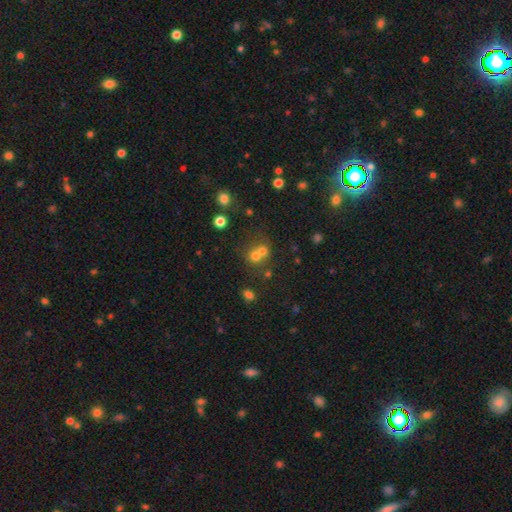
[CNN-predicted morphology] Smooth or featured: smooth — 65% (star or artifact — 19%)
How rounded: round — 80% (in between — 19%)
Merging: merger — 55% (none — 36%)